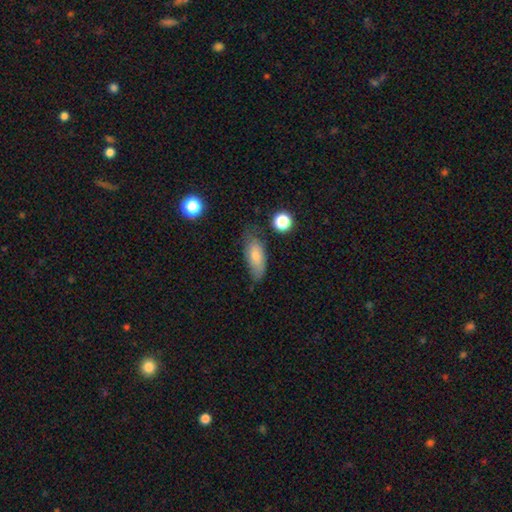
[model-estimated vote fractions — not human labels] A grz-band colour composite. It shows a smooth galaxy with no disk features (75%) that is in between round and cigar-shaped (81%). Merging: none (62%).